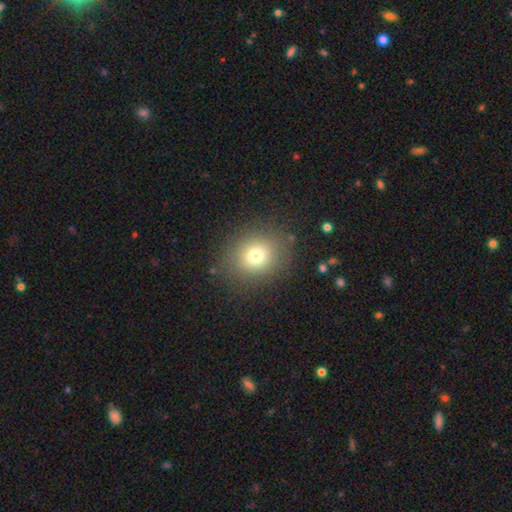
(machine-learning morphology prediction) Smooth or featured? Predicted: smooth (p=0.75). How rounded? Predicted: round (p=0.71). Merging? Predicted: none (p=0.85).